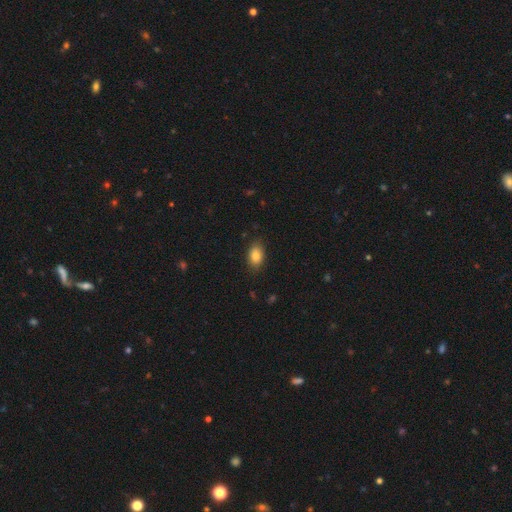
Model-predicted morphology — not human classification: Overall: smooth (84%). How rounded: in between (86%). Merging: none (83%).